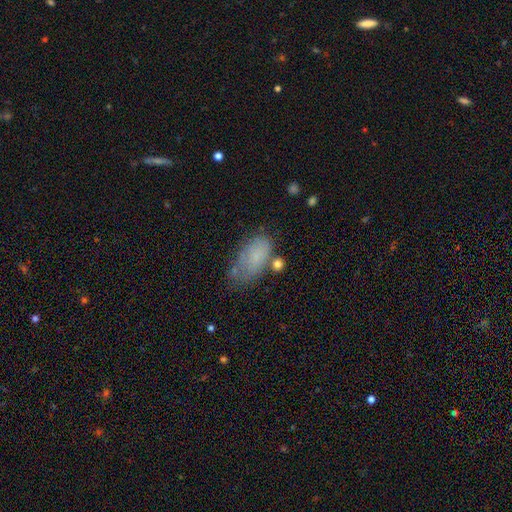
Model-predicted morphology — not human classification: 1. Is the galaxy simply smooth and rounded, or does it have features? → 74% smooth, 17% featured or disk, 9% star or artifact.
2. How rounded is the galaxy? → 92% in between, 5% round, 3% cigar-shaped.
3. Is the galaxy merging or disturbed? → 46% none, 30% minor disturbance, 15% major disturbance, 9% merger.